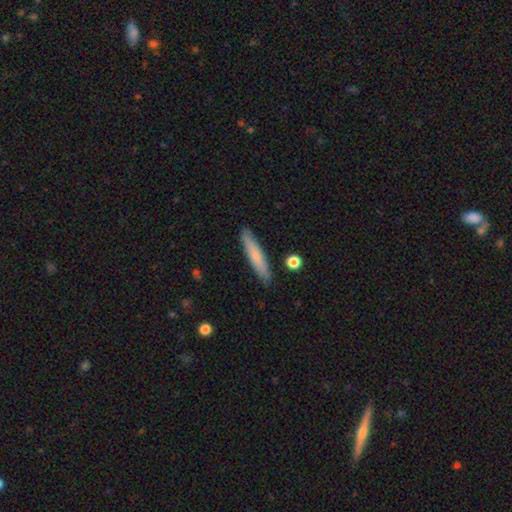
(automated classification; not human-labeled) Q: Smooth or featured?
A: smooth (71%); runner-up: featured or disk (23%)
Q: How rounded?
A: cigar-shaped (90%); runner-up: in between (8%)
Q: Merging?
A: none (88%); runner-up: minor disturbance (8%)